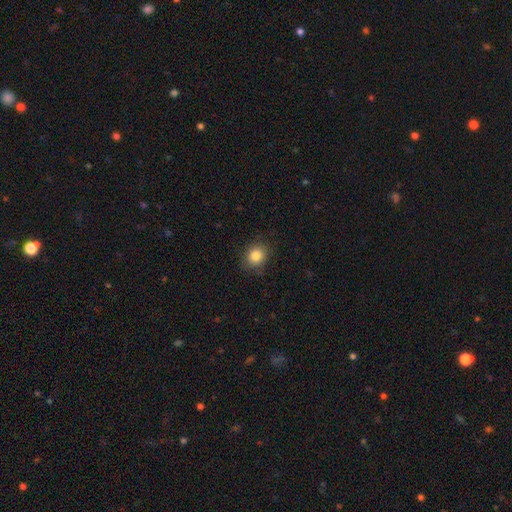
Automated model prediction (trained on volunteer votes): Smooth or featured? smooth (85%)
How rounded? round (72%)
Merging? none (85%)